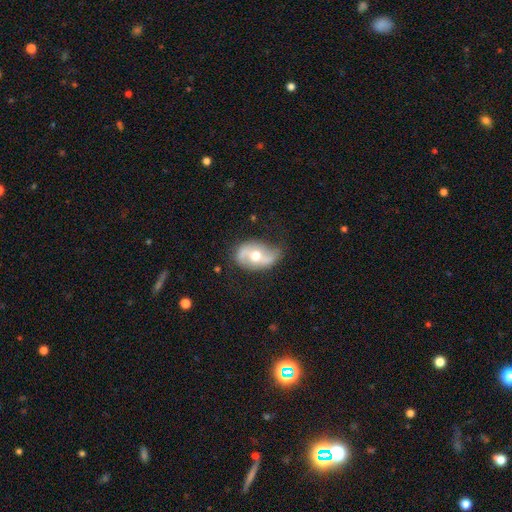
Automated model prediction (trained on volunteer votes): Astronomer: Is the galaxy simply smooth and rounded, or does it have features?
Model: featured or disk — 68%.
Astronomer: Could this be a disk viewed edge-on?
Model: no — 93%.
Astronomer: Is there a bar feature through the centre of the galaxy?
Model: no — 48% (runner-up: weak, 30%).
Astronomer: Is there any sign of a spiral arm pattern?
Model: yes — 77%.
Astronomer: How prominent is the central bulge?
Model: moderate — 76%.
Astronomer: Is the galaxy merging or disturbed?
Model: none — 62%.